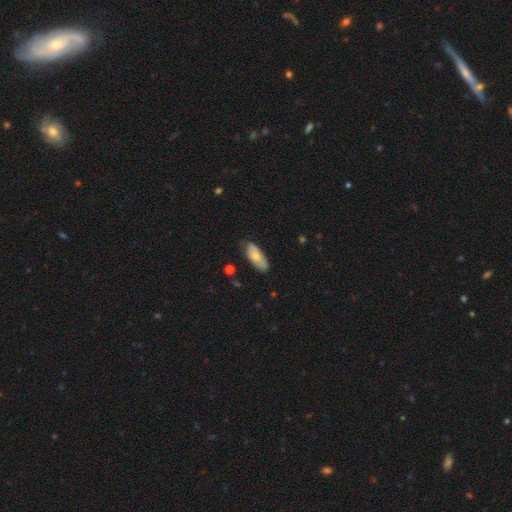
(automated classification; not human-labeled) This is likely a smooth galaxy (67%). How rounded: likely in between (80%). Merging: likely none (70%).